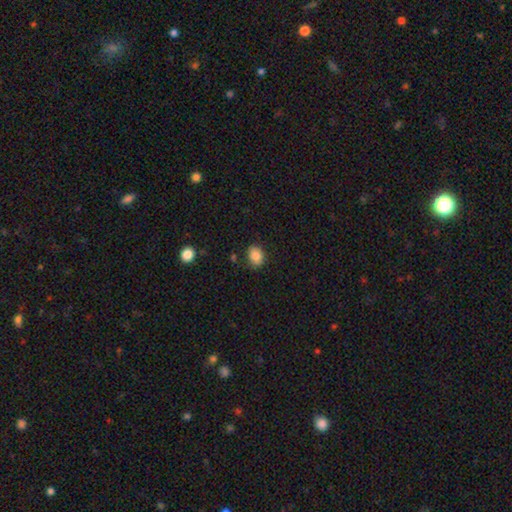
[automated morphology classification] A smooth galaxy with no disk features (85%) that is in between round and cigar-shaped (62%). Merging: none (80%).